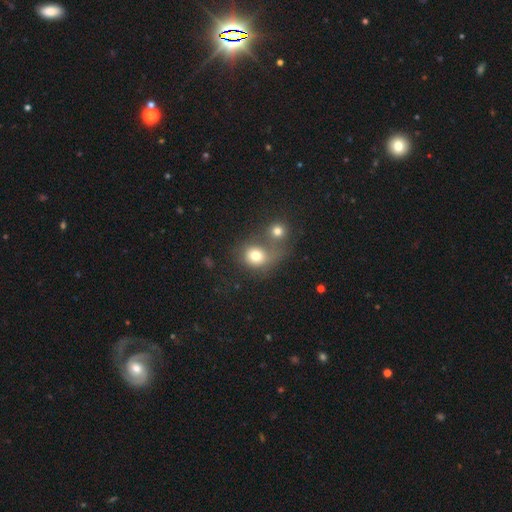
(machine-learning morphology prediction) A smooth galaxy with no disk features (77%) that is round (69%).

Vote fractions:
- Smooth or featured? smooth: 77% / featured or disk: 12% / star or artifact: 11%
- How rounded? round: 69% / in between: 30% / cigar-shaped: 1%
- Merging? merger: 49% / none: 32% / minor disturbance: 10% / major disturbance: 9%